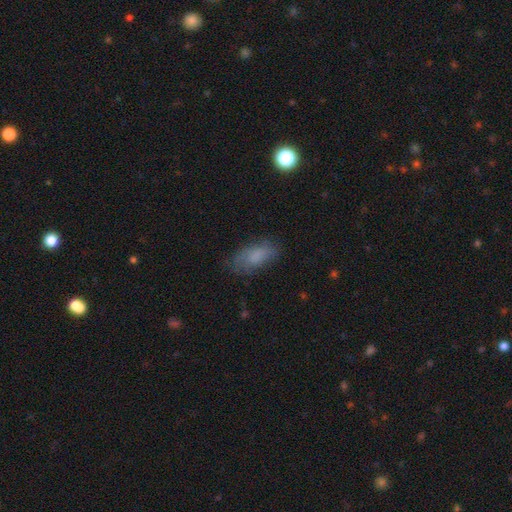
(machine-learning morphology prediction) smooth_or_featured: smooth (p=0.77) [alt: featured or disk p=0.14]
how_rounded: in between (p=0.88) [alt: cigar-shaped p=0.08]
merging: none (p=0.68) [alt: minor disturbance p=0.22]